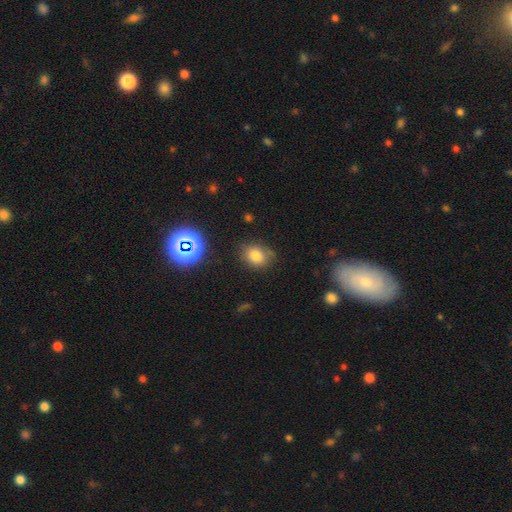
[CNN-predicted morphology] smooth 76%, star or artifact 15%, featured or disk 8%. Down the decision tree: how rounded — round (55%); merging — none (76%).